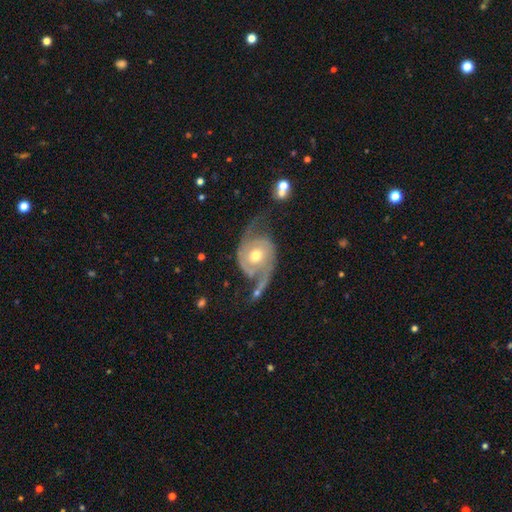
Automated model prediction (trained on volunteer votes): Q: Smooth or featured?
A: featured or disk (89%); runner-up: smooth (7%)
Q: Edge-on disk?
A: no (97%); runner-up: yes (3%)
Q: Bar?
A: no (72%); runner-up: weak (22%)
Q: Spiral arms?
A: yes (96%); runner-up: no (4%)
Q: Spiral winding?
A: loose (43%); runner-up: medium (41%)
Q: Spiral arm count?
A: 2 (92%); runner-up: can't tell (2%)
Q: Bulge size?
A: moderate (74%); runner-up: small (18%)
Q: Merging?
A: none (58%); runner-up: minor disturbance (19%)